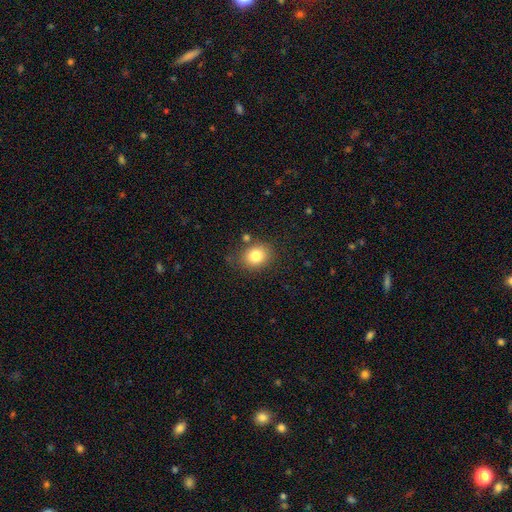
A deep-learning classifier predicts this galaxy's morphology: This is clearly a smooth galaxy (81%). How rounded: likely round (64%). Merging: likely none (78%).